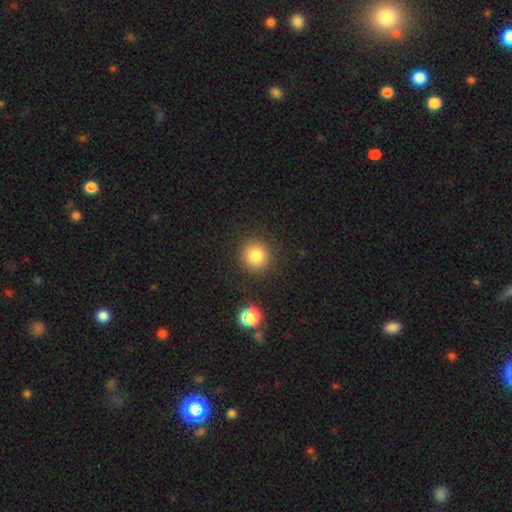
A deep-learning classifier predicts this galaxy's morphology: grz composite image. It shows a smooth galaxy with no disk features (82%) that is round (93%). Merging: none (88%).